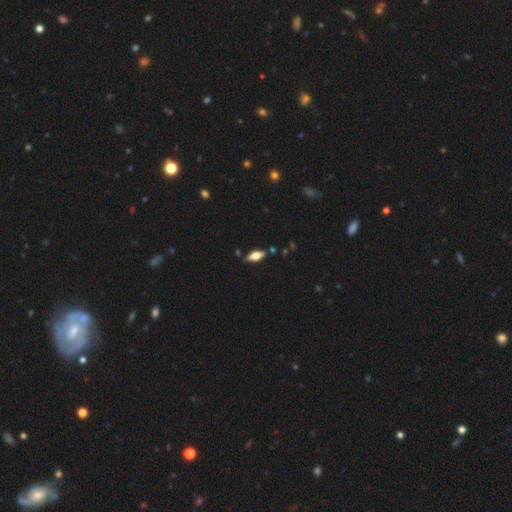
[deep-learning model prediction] smooth_or_featured: smooth (p=0.57) [alt: featured or disk p=0.36]
how_rounded: in between (p=0.78) [alt: cigar-shaped p=0.19]
merging: none (p=0.81) [alt: minor disturbance p=0.13]